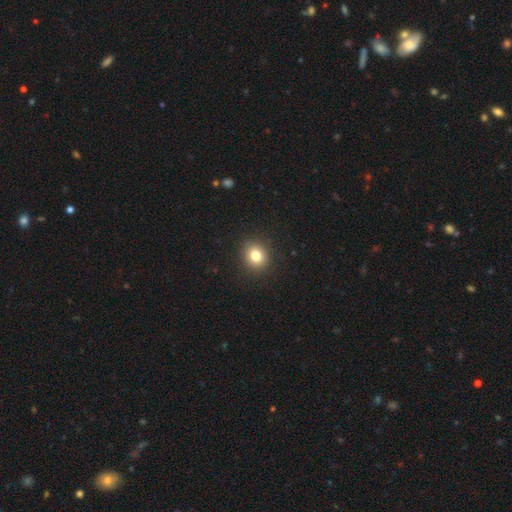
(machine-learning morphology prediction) smooth 81%, star or artifact 12%, featured or disk 7%. Down the decision tree: how rounded — round (79%); merging — none (90%).